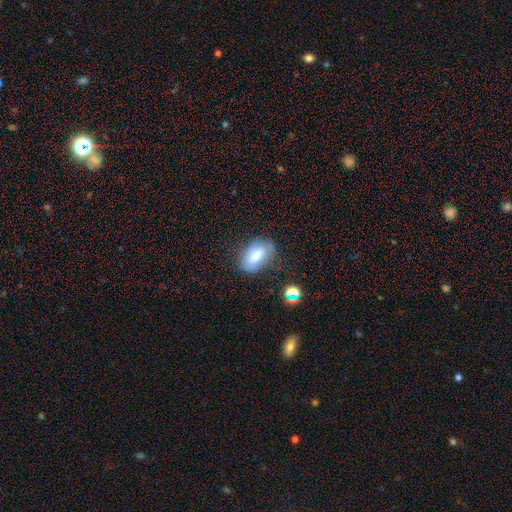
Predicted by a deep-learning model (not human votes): Morphology: type=smooth (70%); roundness=in between (90%); merging=none (73%).